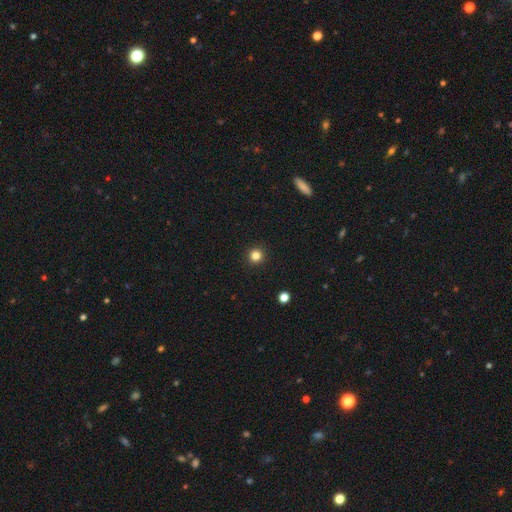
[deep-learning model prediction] Overall: smooth (83%). How rounded: round (95%). Merging: none (93%).